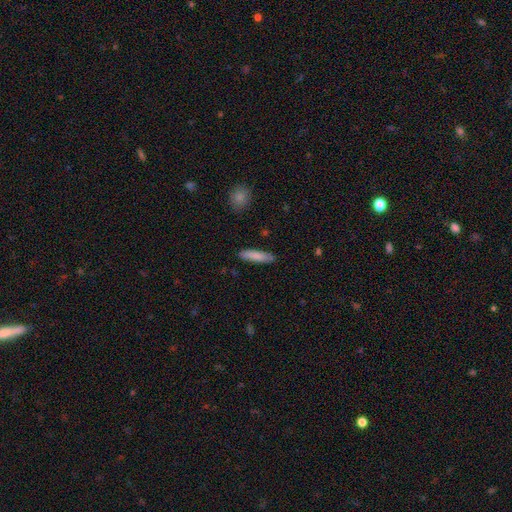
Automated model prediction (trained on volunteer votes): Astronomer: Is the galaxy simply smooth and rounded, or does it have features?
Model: smooth — 84%.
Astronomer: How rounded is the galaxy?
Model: cigar-shaped — 77%.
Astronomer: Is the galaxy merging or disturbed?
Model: none — 87%.